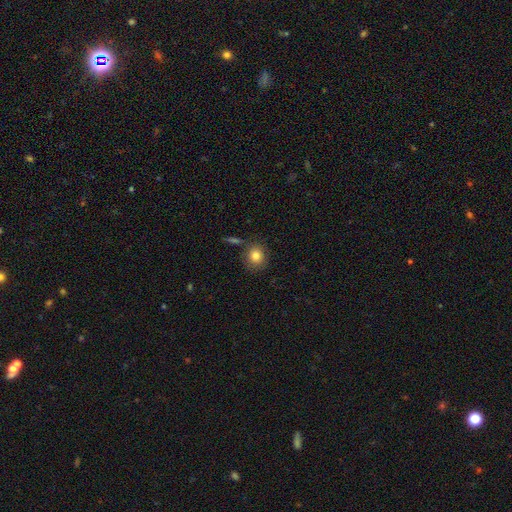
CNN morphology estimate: Smooth or featured? smooth (82%)
How rounded? round (84%)
Merging? none (80%)